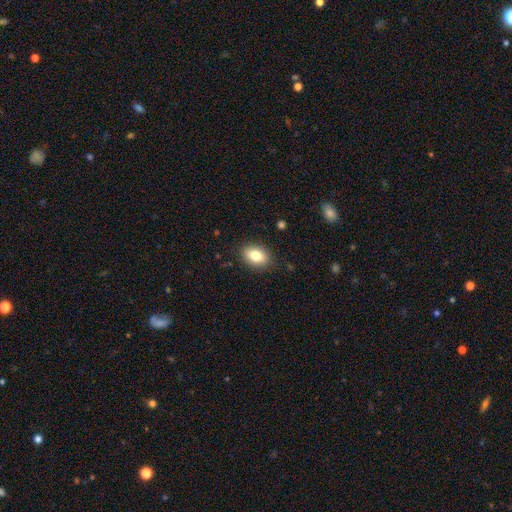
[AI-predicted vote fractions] smooth 81%, featured or disk 11%, star or artifact 9%. Down the decision tree: how rounded — in between (78%); merging — none (87%).